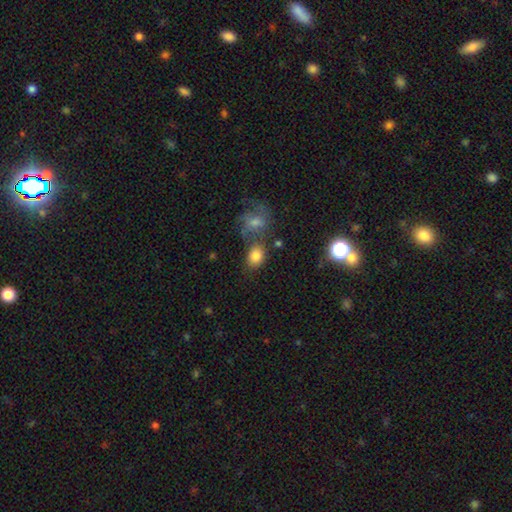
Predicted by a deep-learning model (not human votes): The model was most divided on "how rounded": in between: 66%, round: 32%, cigar-shaped: 1%. More confident: smooth or featured — smooth (81%); merging — none (56%).